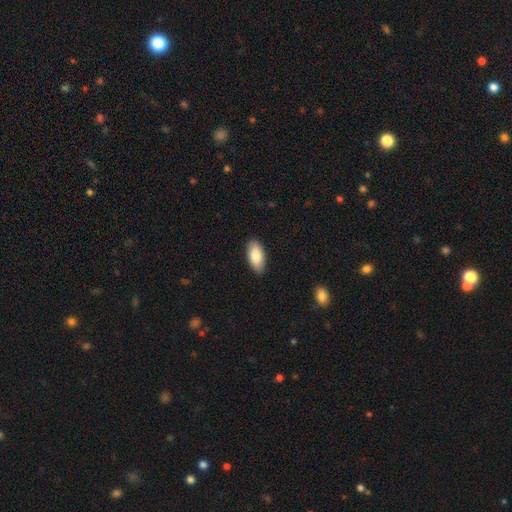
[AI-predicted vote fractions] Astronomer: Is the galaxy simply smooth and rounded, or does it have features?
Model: smooth — 84%.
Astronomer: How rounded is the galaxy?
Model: in between — 92%.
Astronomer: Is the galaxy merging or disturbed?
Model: none — 88%.